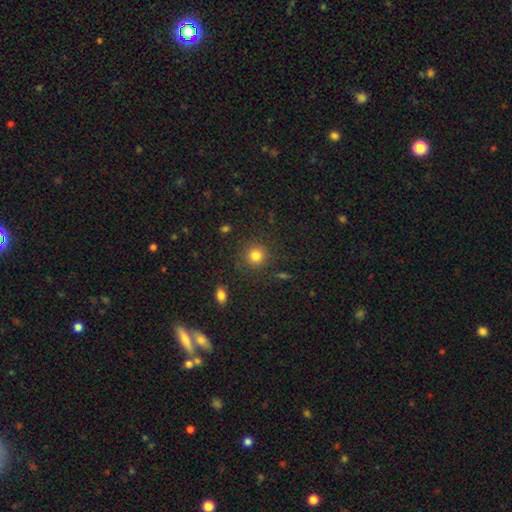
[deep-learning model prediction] A smooth galaxy with no disk features (82%) that is round (92%). Merging: none (88%).